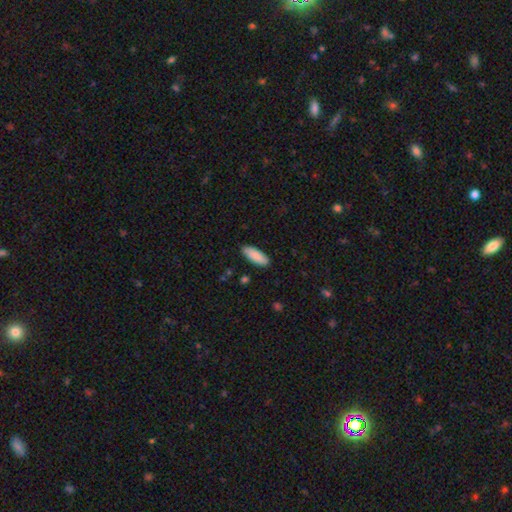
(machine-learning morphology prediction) Smooth or featured?
  - smooth: 88% *
  - featured or disk: 6%
  - star or artifact: 6%
How rounded?
  - in between: 71% *
  - cigar-shaped: 28%
  - round: 2%
Merging?
  - none: 88% *
  - minor disturbance: 9%
  - major disturbance: 2%
  - merger: 1%